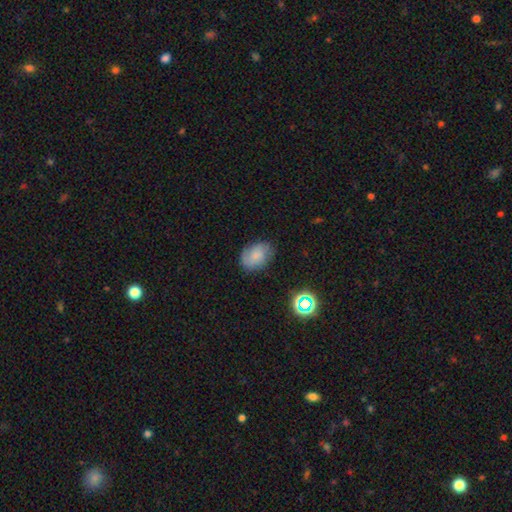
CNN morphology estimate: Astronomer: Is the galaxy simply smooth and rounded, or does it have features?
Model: smooth — 63%.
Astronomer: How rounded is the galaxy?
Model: in between — 75%.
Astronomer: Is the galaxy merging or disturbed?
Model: none — 73%.